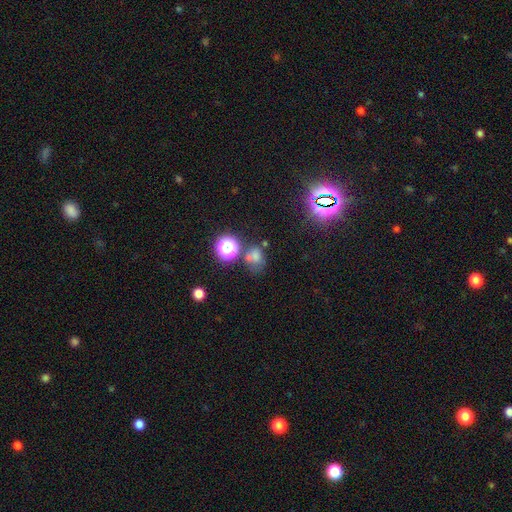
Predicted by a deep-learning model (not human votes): Morphology: type=smooth (54%); roundness=round (60%); merging=none (51%).